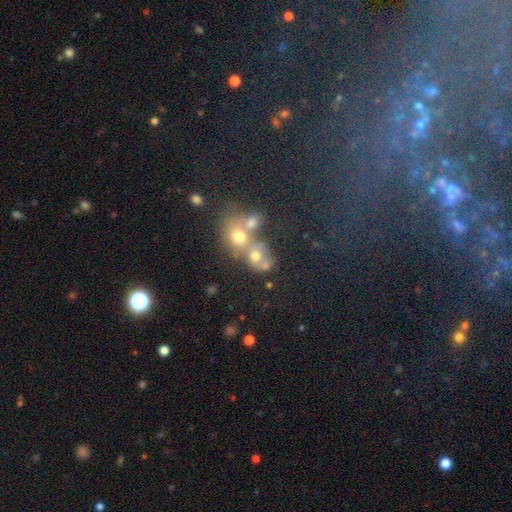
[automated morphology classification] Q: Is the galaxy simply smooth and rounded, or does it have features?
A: smooth — 59%.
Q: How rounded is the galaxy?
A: round — 61%.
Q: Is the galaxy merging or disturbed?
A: merger — 58%.